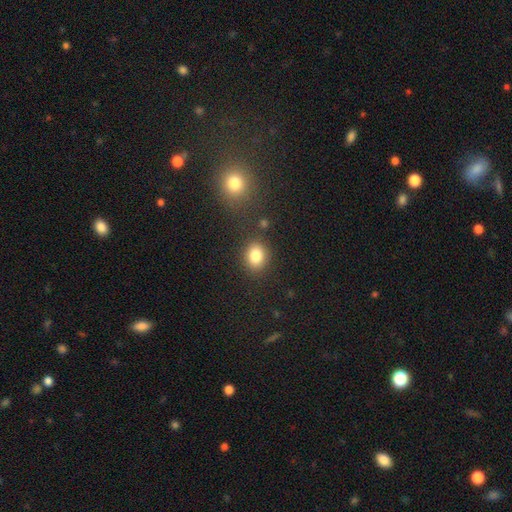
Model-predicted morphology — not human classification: A smooth galaxy with no disk features (83%) that is round (55%). Merging: none (82%).